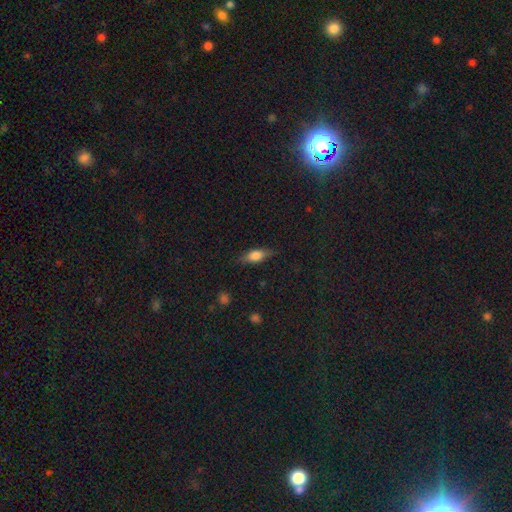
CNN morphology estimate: smooth_or_featured: smooth (p=0.65) [alt: featured or disk p=0.27]
how_rounded: in between (p=0.69) [alt: cigar-shaped p=0.26]
merging: none (p=0.80) [alt: minor disturbance p=0.15]